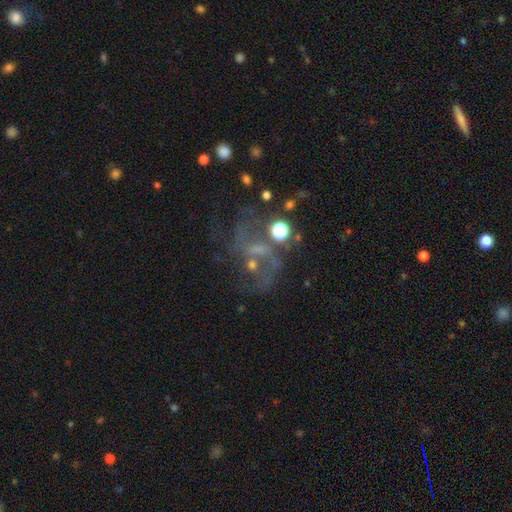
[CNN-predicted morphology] Overall: featured or disk (64%). Edge-on disk: no (97%). Bar: no (52%; weak 38%). Spiral arms: yes (72%). Bulge size: small (48%; moderate 25%). Merging: none (44%; major disturbance 28%).